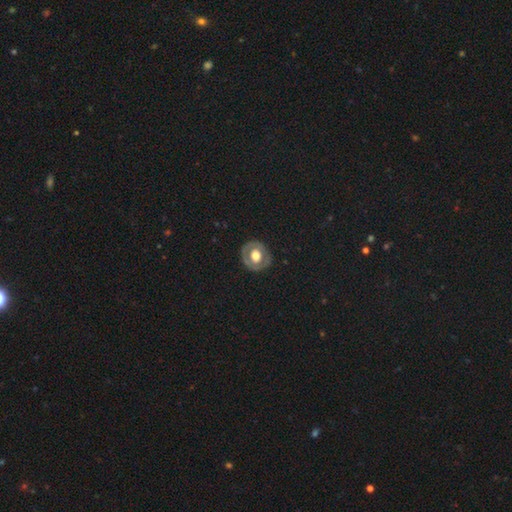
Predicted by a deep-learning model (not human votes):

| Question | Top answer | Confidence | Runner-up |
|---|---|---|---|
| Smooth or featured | featured or disk | 51% | smooth (43%) |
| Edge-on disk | no | 94% | yes (6%) |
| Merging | none | 83% | minor disturbance (12%) |